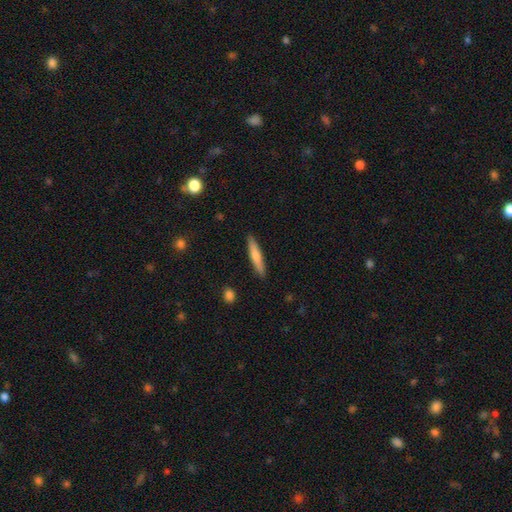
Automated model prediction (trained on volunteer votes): Smooth or featured? smooth (67%)
How rounded? cigar-shaped (91%)
Merging? none (89%)